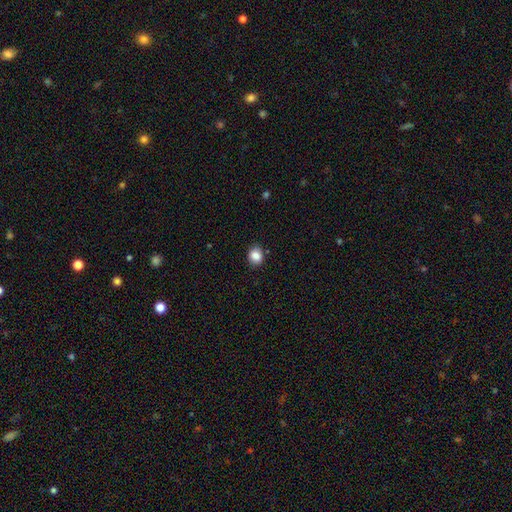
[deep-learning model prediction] Q: Smooth or featured?
A: smooth (86%); runner-up: star or artifact (10%)
Q: How rounded?
A: round (62%); runner-up: in between (37%)
Q: Merging?
A: none (83%); runner-up: minor disturbance (13%)